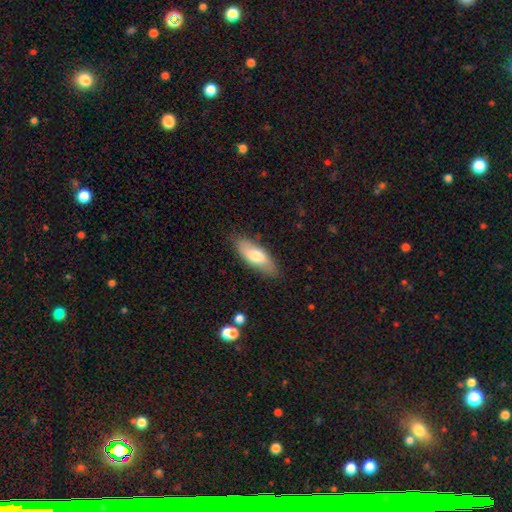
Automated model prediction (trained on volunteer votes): Smooth or featured: smooth — 71% (featured or disk — 23%)
How rounded: in between — 73% (cigar-shaped — 24%)
Merging: none — 81% (minor disturbance — 15%)